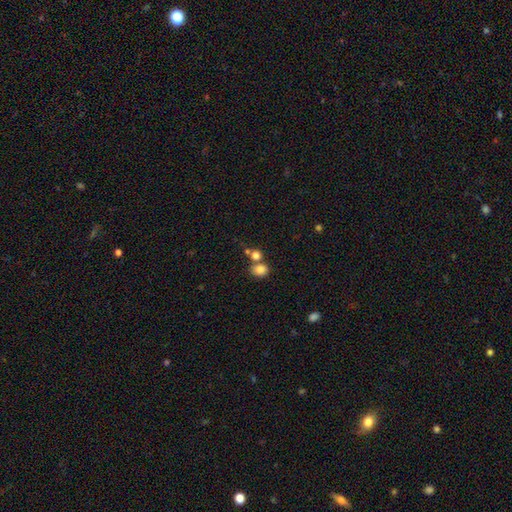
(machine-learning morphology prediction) The model was most divided on "merging": none: 53%, merger: 34%, minor disturbance: 9%, major disturbance: 4%. More confident: smooth or featured — smooth (80%); how rounded — round (69%).